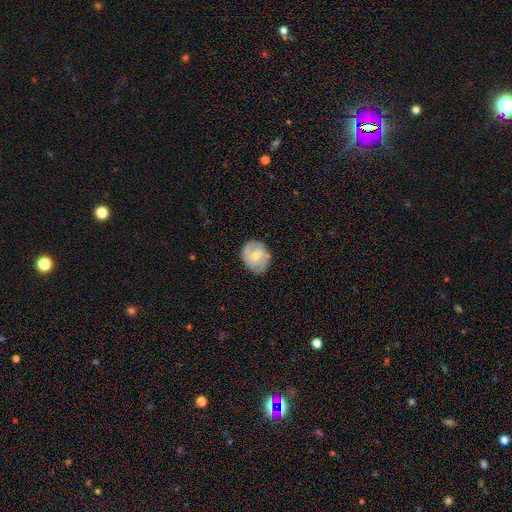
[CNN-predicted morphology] The model was most divided on "bar": weak: 46%, no: 43%, strong: 11%. More confident: edge-on disk — no (97%); spiral arms — yes (81%); merging — none (72%); smooth or featured — featured or disk (60%); bulge size — moderate (53%).